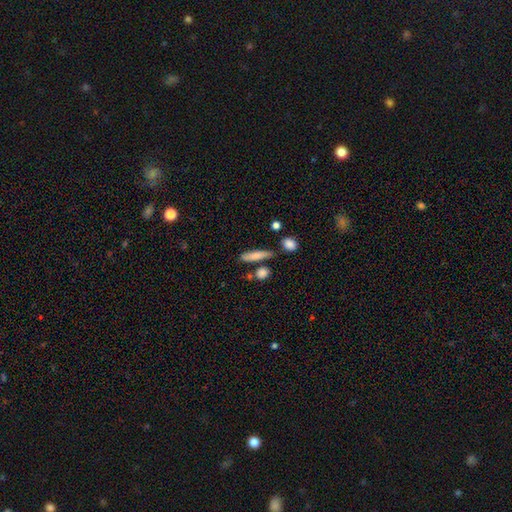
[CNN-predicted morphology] The model was most divided on "how rounded": cigar-shaped: 73%, in between: 23%, round: 4%. More confident: smooth or featured — smooth (75%); merging — none (71%).